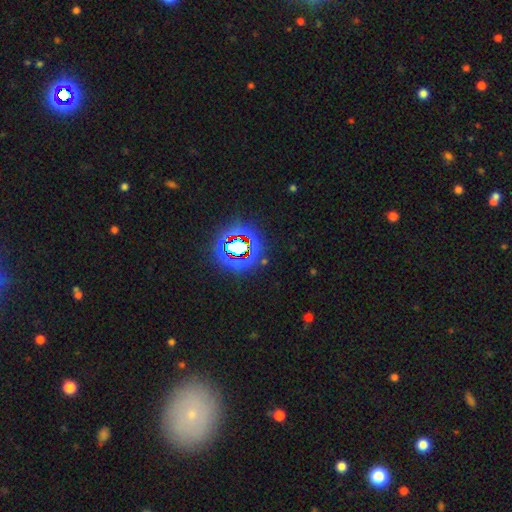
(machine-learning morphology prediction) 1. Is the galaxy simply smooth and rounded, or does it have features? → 73% star or artifact, 14% smooth, 13% featured or disk.